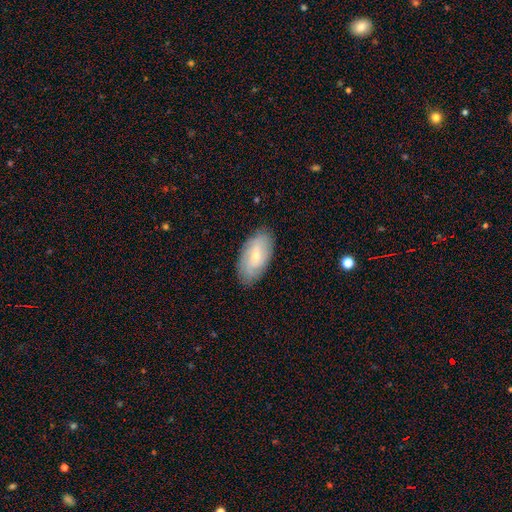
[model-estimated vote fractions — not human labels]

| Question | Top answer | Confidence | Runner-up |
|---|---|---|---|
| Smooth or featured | smooth | 50% | featured or disk (43%) |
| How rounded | in between | 92% | cigar-shaped (5%) |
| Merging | none | 83% | minor disturbance (13%) |